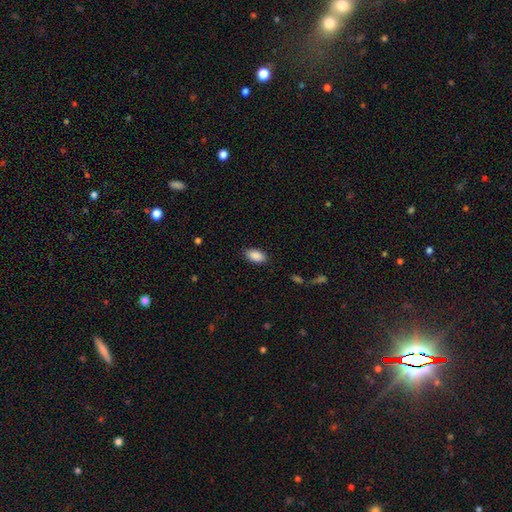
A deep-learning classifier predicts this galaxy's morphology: A smooth galaxy with no disk features (90%) that is in between round and cigar-shaped (93%). Merging: none (86%).